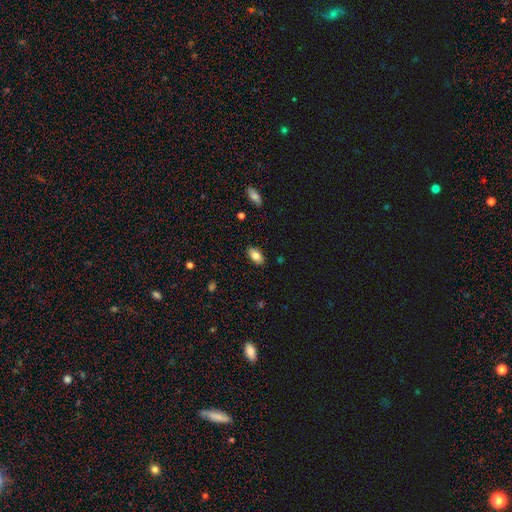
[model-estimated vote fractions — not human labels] This appears to be a smooth galaxy with no disk features (82%) that is in between round and cigar-shaped (93%). Merging: none (87%).